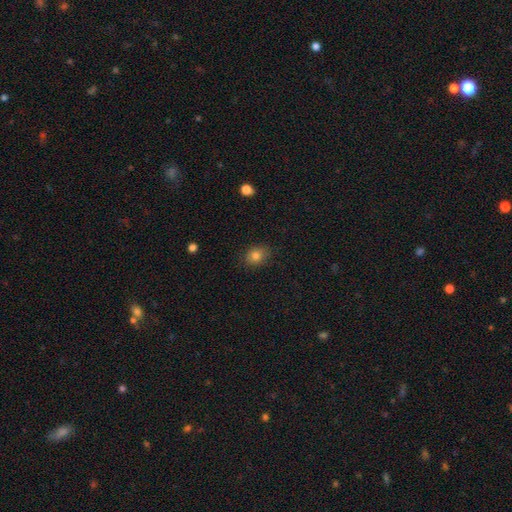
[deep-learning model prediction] Smooth or featured: smooth — 81% (star or artifact — 11%)
How rounded: round — 52% (in between — 48%)
Merging: none — 85% (minor disturbance — 11%)